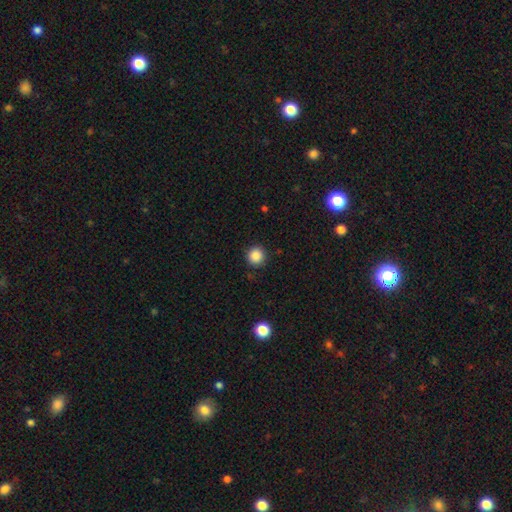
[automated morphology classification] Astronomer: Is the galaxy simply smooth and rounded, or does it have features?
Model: smooth — 87%.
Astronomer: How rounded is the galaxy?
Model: round — 95%.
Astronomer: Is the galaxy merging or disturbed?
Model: none — 90%.